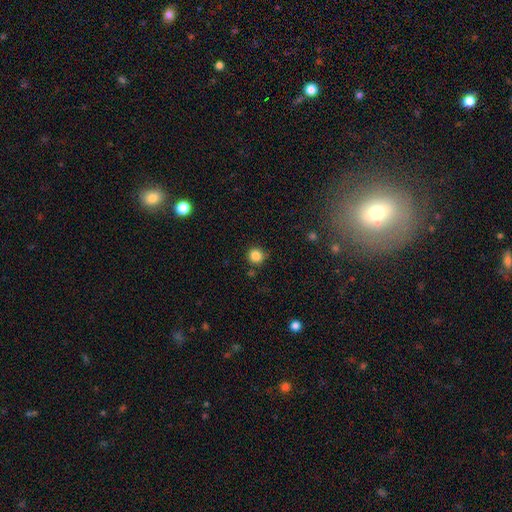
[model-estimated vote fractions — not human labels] Overall: smooth (85%). How rounded: round (93%). Merging: none (84%).